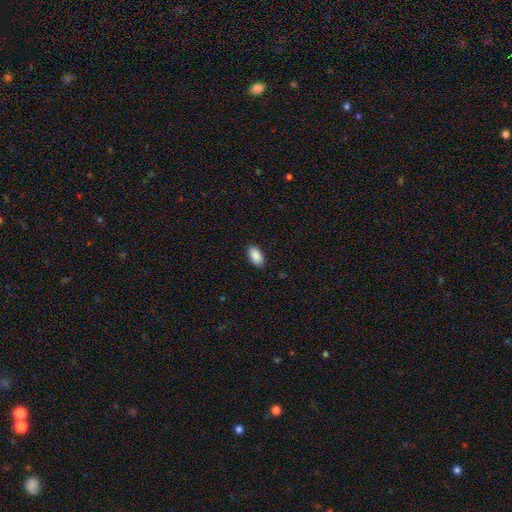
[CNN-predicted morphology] This is clearly a smooth galaxy (90%). How rounded: clearly in between (95%). Merging: clearly none (89%).